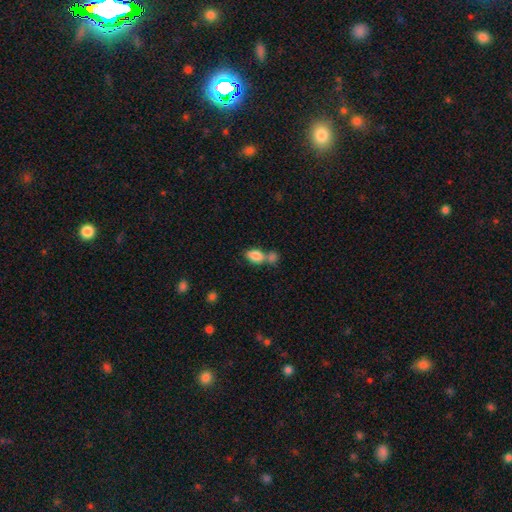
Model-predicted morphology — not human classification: Smooth or featured: smooth — 84% (star or artifact — 8%)
How rounded: in between — 87% (round — 10%)
Merging: merger — 47% (none — 38%)